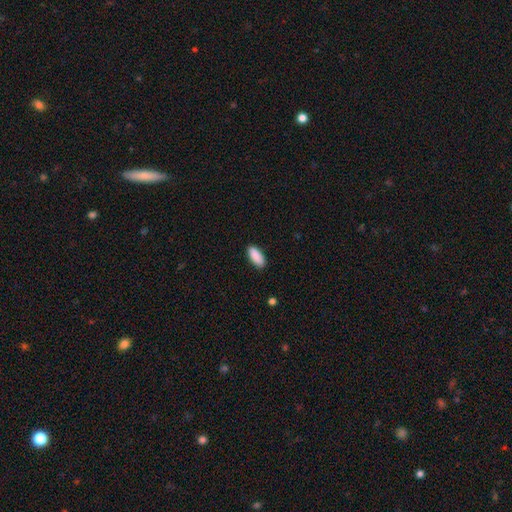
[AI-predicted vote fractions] smooth_or_featured: smooth (p=0.90) [alt: star or artifact p=0.06]
how_rounded: in between (p=0.82) [alt: cigar-shaped p=0.17]
merging: none (p=0.87) [alt: minor disturbance p=0.10]